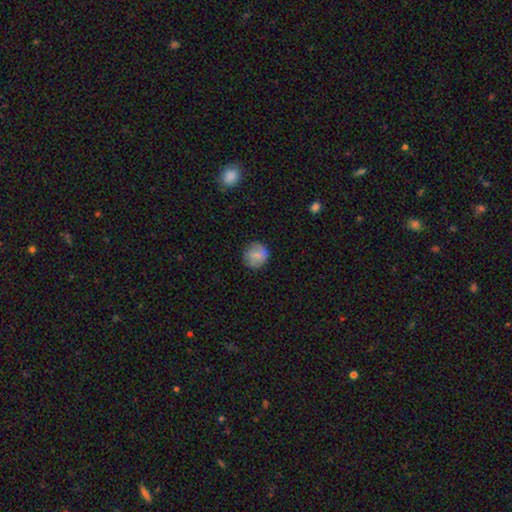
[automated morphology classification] Smooth or featured? smooth (74%)
How rounded? round (87%)
Merging? none (78%)